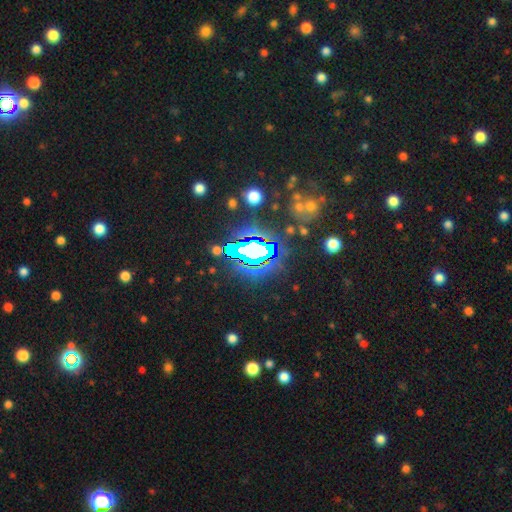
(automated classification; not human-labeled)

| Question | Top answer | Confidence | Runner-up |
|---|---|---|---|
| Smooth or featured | star or artifact | 83% | smooth (10%) |